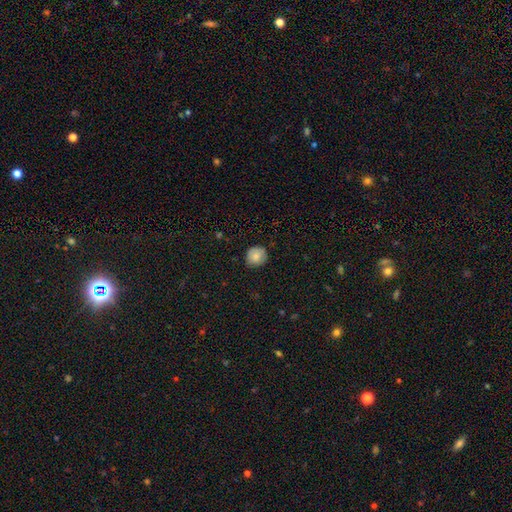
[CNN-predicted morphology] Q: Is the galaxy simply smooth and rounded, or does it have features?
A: smooth — 83%.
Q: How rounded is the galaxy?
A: round — 89%.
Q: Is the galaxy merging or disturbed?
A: none — 83%.